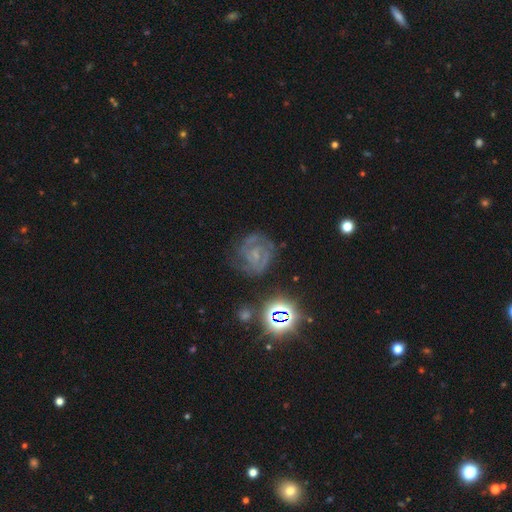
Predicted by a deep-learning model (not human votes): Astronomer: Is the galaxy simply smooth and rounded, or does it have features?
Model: featured or disk — 75%.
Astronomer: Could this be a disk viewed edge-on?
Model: no — 98%.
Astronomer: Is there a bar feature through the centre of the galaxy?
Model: no — 46% (runner-up: weak, 42%).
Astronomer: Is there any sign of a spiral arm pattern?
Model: yes — 93%.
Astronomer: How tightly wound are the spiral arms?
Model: tight — 55% (runner-up: medium, 37%).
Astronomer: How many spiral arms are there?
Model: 2 — 55%.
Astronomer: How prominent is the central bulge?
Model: small — 61%.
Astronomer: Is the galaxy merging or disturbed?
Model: none — 68%.